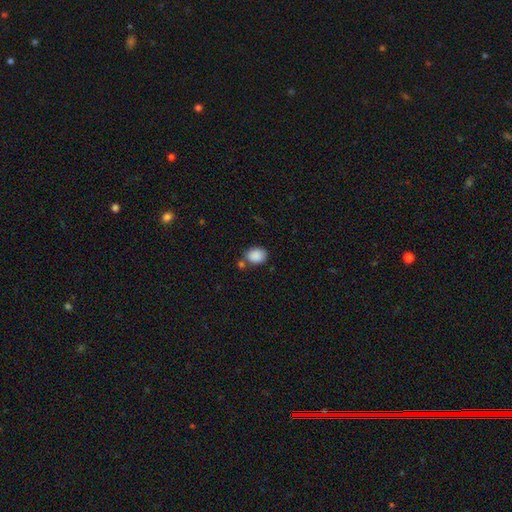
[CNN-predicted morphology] smooth-or-featured: smooth: 88% | star or artifact: 8% | featured or disk: 4%
  how-rounded: in between: 62% | round: 37% | cigar-shaped: 1%
  merging: none: 68% | minor disturbance: 15% | merger: 12% | major disturbance: 4%